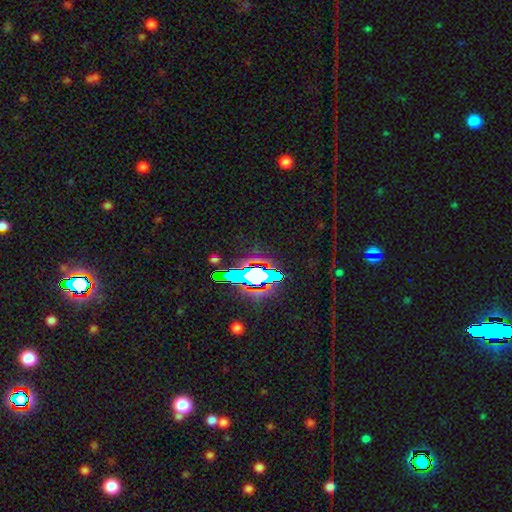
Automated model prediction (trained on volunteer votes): A star or artifact, not a galaxy (81%).